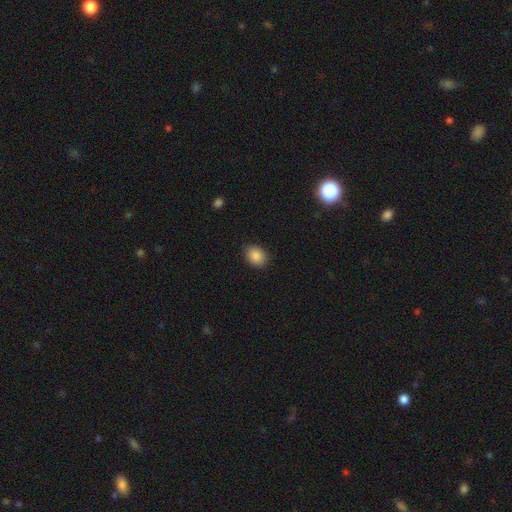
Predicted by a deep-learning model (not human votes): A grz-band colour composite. It shows a smooth galaxy with no disk features (86%) that is in between round and cigar-shaped (59%). Merging: none (89%).